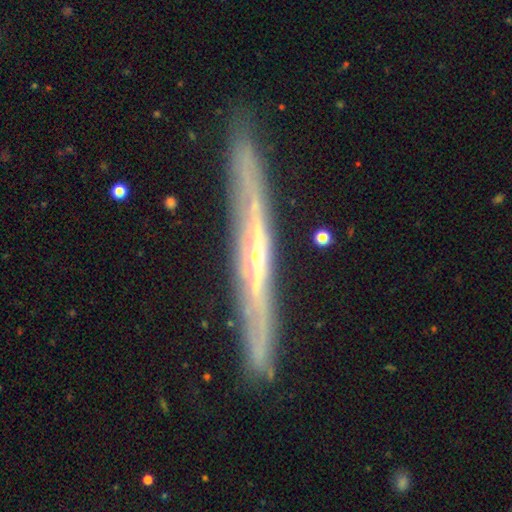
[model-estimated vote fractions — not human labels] featured or disk 83%, smooth 11%, star or artifact 6%. Down the decision tree: edge-on disk — yes (95%); edge-on bulge — rounded (63%); merging — none (89%).